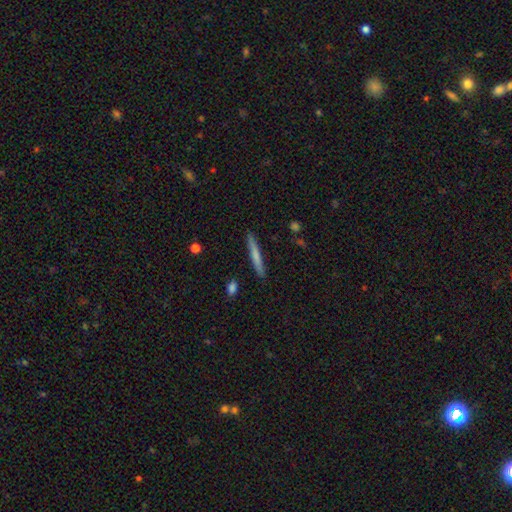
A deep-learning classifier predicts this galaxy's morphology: A smooth galaxy with no disk features (66%) that is cigar-shaped (96%).

Vote fractions:
- Smooth or featured? smooth: 66% / featured or disk: 28% / star or artifact: 6%
- How rounded? cigar-shaped: 96% / in between: 3% / round: 1%
- Merging? none: 90% / minor disturbance: 7% / major disturbance: 2% / merger: 1%